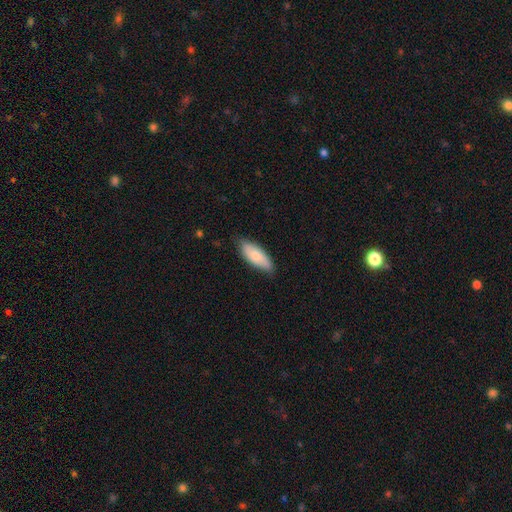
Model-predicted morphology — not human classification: This appears to be a smooth galaxy with no disk features (75%) that is in between round and cigar-shaped (76%). Merging: none (79%).